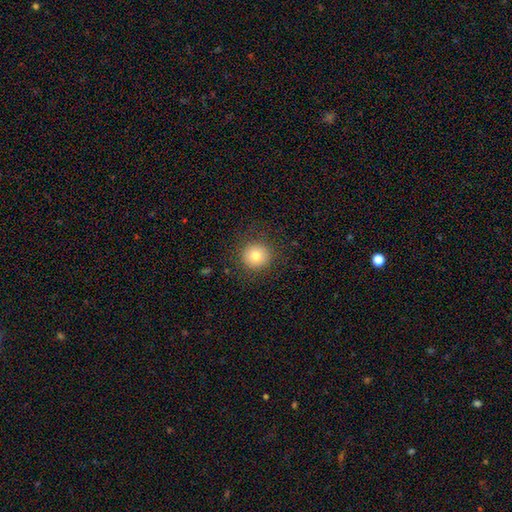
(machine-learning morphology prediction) Smooth or featured?
  - smooth: 79% *
  - star or artifact: 11%
  - featured or disk: 10%
How rounded?
  - round: 94% *
  - in between: 5%
  - cigar-shaped: 1%
Merging?
  - none: 88% *
  - minor disturbance: 7%
  - major disturbance: 3%
  - merger: 1%